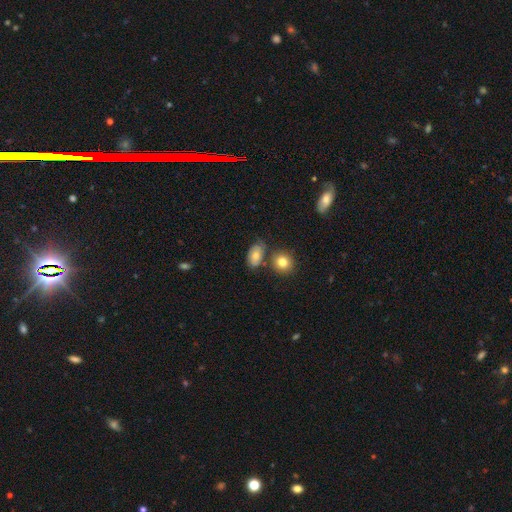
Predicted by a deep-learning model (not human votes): smooth_or_featured: smooth (p=0.70) [alt: featured or disk p=0.20]
how_rounded: in between (p=0.82) [alt: round p=0.16]
merging: none (p=0.59) [alt: minor disturbance p=0.21]